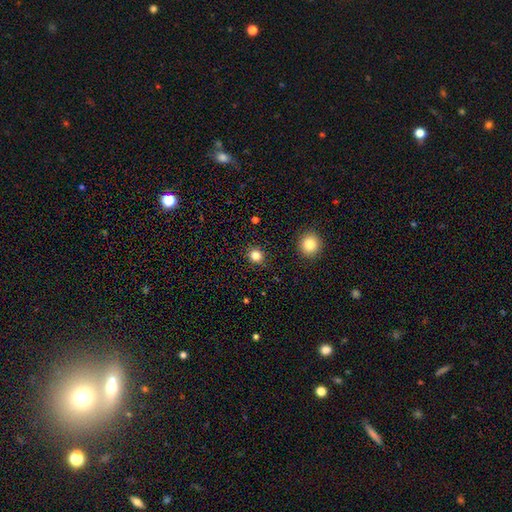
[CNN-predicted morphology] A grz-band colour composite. It shows a smooth galaxy with no disk features (82%) that is round (88%). Merging: none (90%).